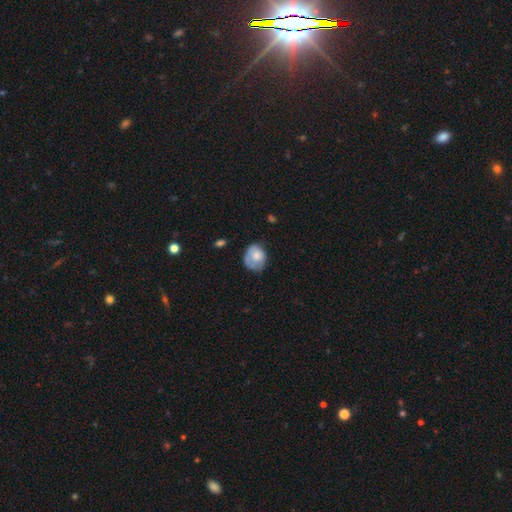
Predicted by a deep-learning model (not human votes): A smooth galaxy with no disk features (68%) that is round (54%). Merging: none (47%).